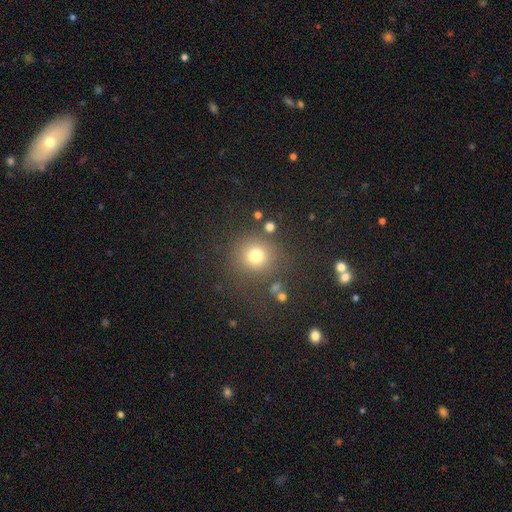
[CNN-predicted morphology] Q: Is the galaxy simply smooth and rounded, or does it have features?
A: smooth — 75%.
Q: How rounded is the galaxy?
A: round — 92%.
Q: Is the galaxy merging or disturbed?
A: none — 79%.